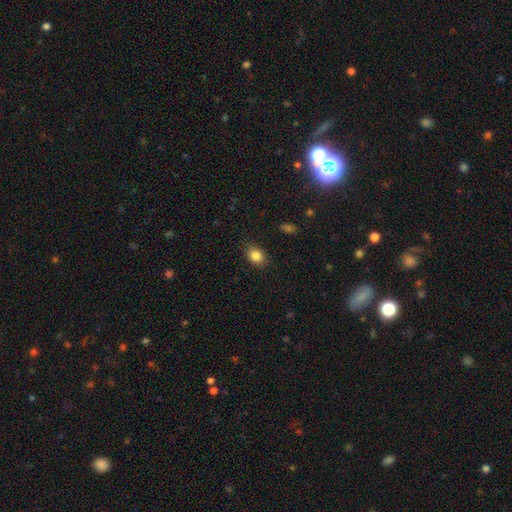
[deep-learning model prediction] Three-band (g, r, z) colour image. It shows a smooth galaxy with no disk features (85%) that is in between round and cigar-shaped (63%). Merging: none (86%).